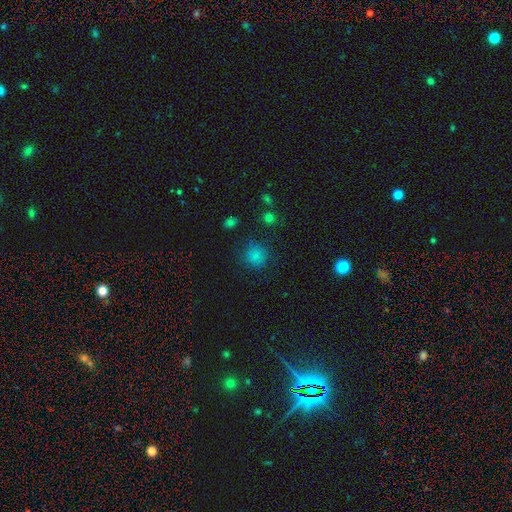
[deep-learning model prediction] Morphology: type=smooth (78%); roundness=round (87%); merging=none (76%).